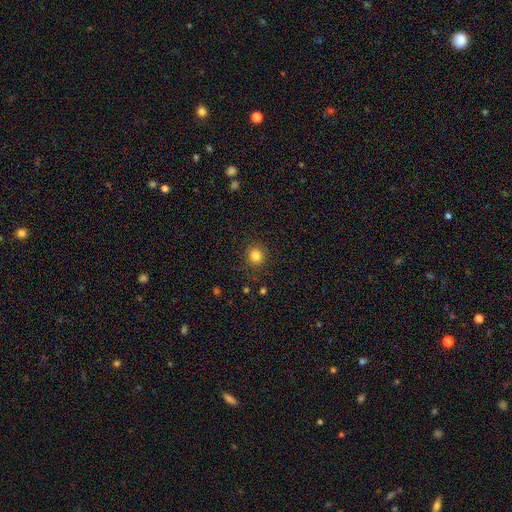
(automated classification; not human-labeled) The model was most divided on "smooth or featured": smooth: 83%, star or artifact: 12%, featured or disk: 5%. More confident: how rounded — round (90%); merging — none (89%).